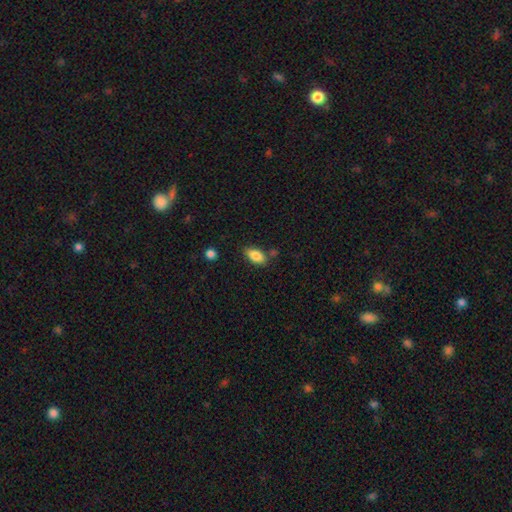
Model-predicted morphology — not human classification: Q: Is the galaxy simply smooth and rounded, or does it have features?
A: smooth — 85%.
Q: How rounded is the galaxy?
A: in between — 91%.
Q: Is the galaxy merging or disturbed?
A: none — 75%.